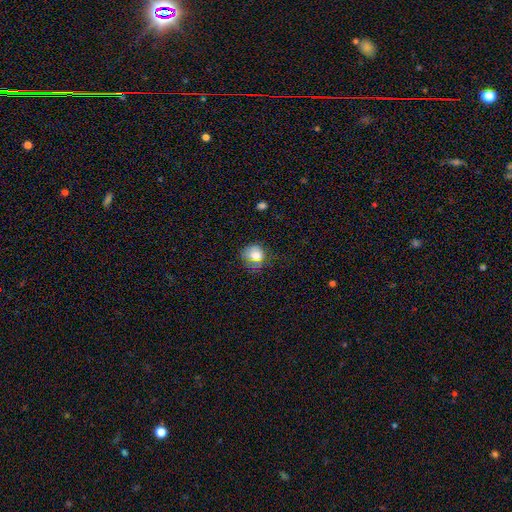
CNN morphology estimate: Smooth or featured? Predicted: smooth (p=0.71). How rounded? Predicted: round (p=0.80). Merging? Predicted: none (p=0.75).